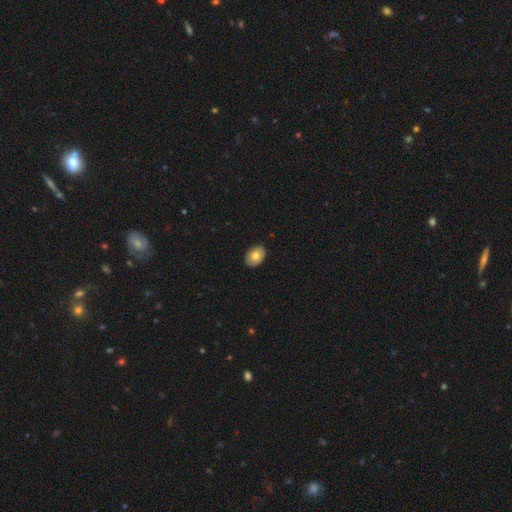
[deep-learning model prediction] A smooth galaxy with no disk features (77%) that is in between round and cigar-shaped (83%). Merging: none (88%).